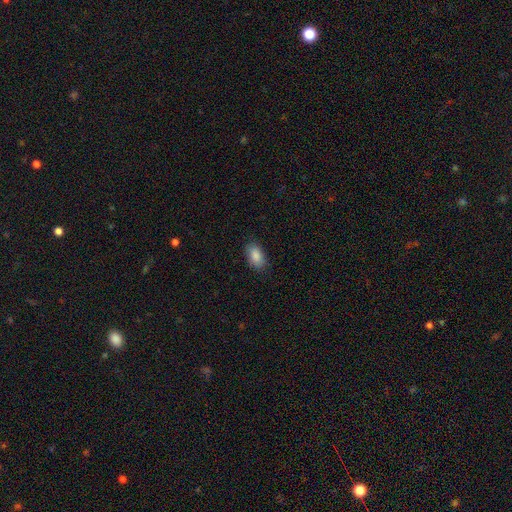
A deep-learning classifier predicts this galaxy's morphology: Smooth or featured?
  - smooth: 88% *
  - star or artifact: 7%
  - featured or disk: 5%
How rounded?
  - in between: 92% *
  - round: 6%
  - cigar-shaped: 2%
Merging?
  - none: 85% *
  - minor disturbance: 12%
  - major disturbance: 3%
  - merger: 1%